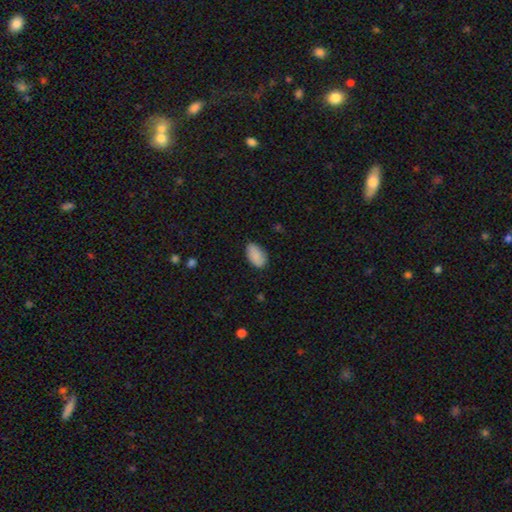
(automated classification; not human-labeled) smooth_or_featured: smooth (p=0.87) [alt: star or artifact p=0.07]
how_rounded: in between (p=0.93) [alt: round p=0.06]
merging: none (p=0.75) [alt: minor disturbance p=0.20]